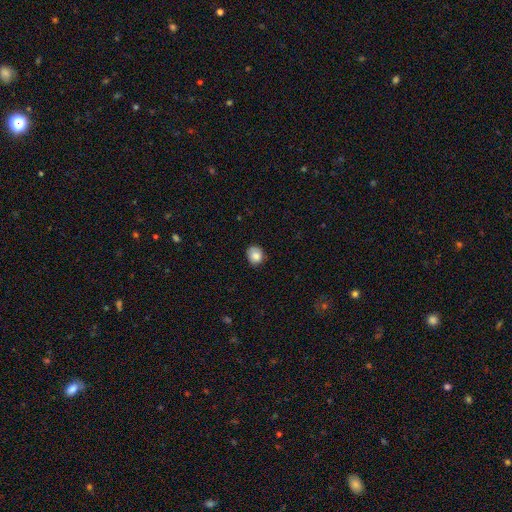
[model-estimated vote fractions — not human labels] The model was most divided on "how rounded": round: 79%, in between: 21%, cigar-shaped: 1%. More confident: smooth or featured — smooth (84%); merging — none (79%).